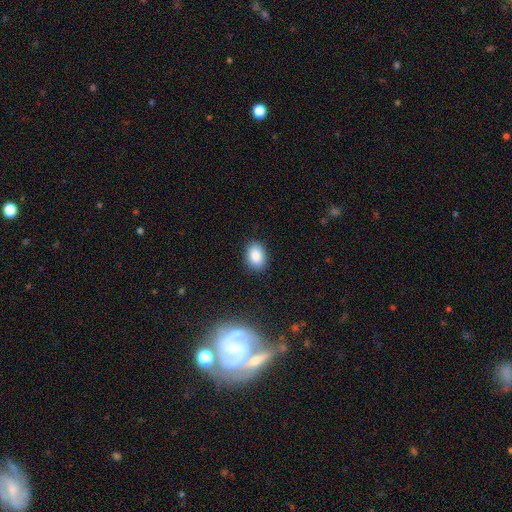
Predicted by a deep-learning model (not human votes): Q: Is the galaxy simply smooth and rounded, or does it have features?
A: smooth — 86%.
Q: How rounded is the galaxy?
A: in between — 79%.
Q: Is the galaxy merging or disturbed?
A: none — 87%.